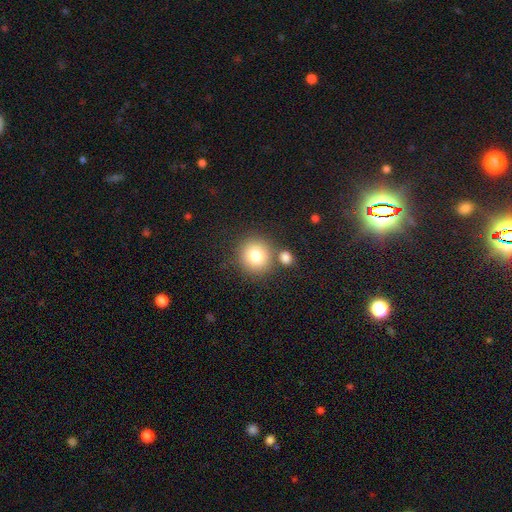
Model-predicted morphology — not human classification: Smooth or featured?
  - smooth: 80% *
  - star or artifact: 11%
  - featured or disk: 10%
How rounded?
  - round: 92% *
  - in between: 7%
  - cigar-shaped: 1%
Merging?
  - none: 74% *
  - merger: 14%
  - minor disturbance: 9%
  - major disturbance: 3%